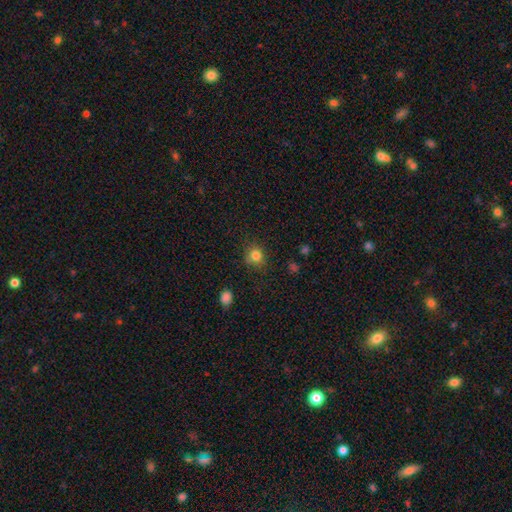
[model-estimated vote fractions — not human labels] A smooth galaxy with no disk features (82%) that is round (81%).

Vote fractions:
- Smooth or featured? smooth: 82% / star or artifact: 13% / featured or disk: 6%
- How rounded? round: 81% / in between: 18% / cigar-shaped: 1%
- Merging? none: 80% / minor disturbance: 14% / major disturbance: 4% / merger: 2%